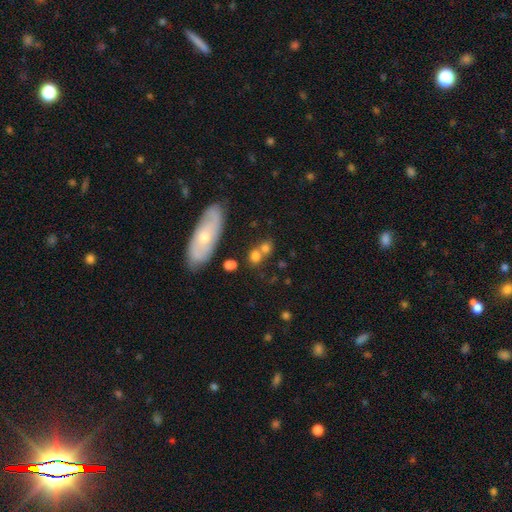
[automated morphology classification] Overall: smooth (73%). How rounded: round (68%; in between 28%). Merging: none (47%; merger 38%).